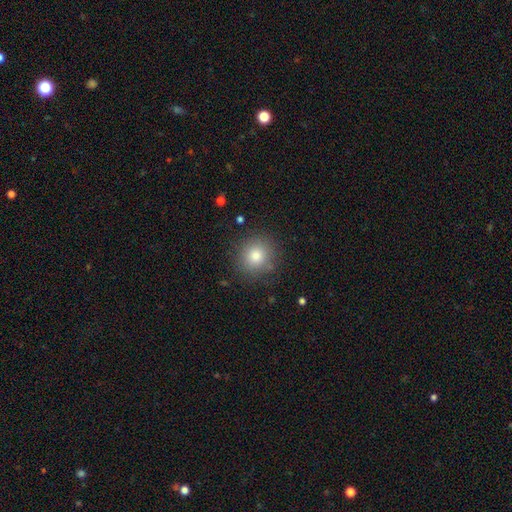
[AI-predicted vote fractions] smooth 80%, star or artifact 12%, featured or disk 8%. Down the decision tree: how rounded — round (89%); merging — none (86%).